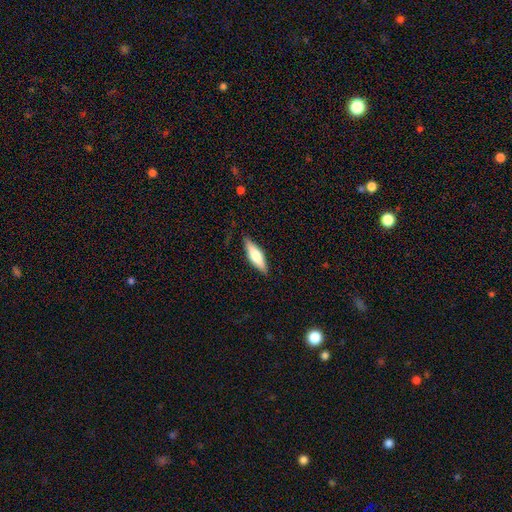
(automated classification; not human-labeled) Morphology: type=smooth (59%); roundness=cigar-shaped (55%); merging=none (85%).